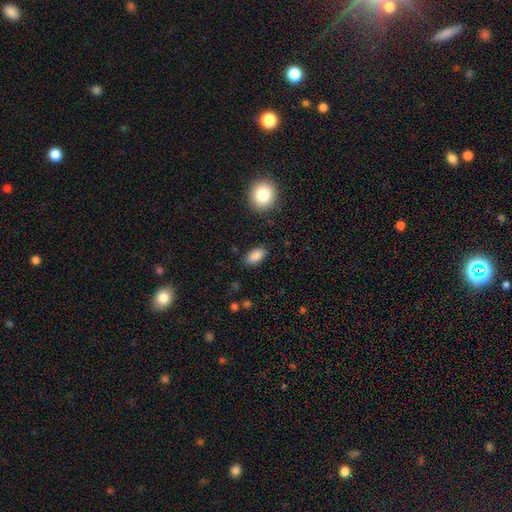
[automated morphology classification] Smooth or featured? Predicted: smooth (p=0.87). How rounded? Predicted: in between (p=0.91). Merging? Predicted: none (p=0.85).